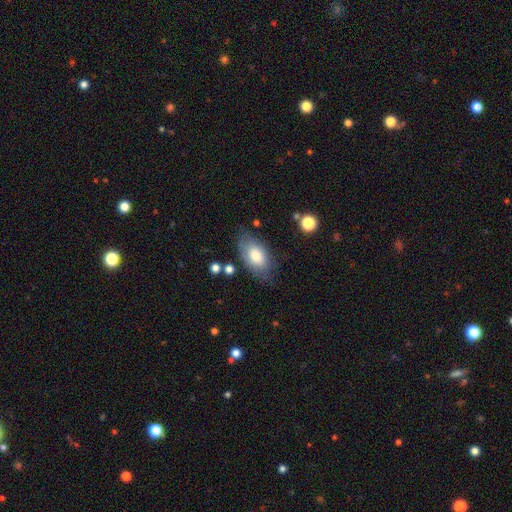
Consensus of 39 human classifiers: Morphology: type=smooth (82%); roundness=in between (88%); merging=none (78%).